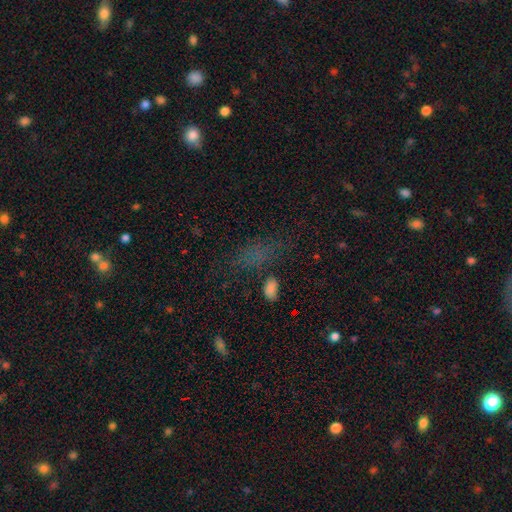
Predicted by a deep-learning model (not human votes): The model was most divided on "smooth or featured": smooth: 55%, star or artifact: 32%, featured or disk: 13%. More confident: how rounded — in between (69%); merging — none (61%).